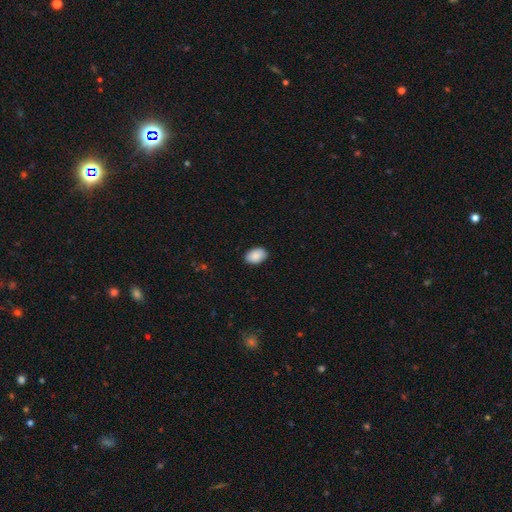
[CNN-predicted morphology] A smooth galaxy with no disk features (90%) that is in between round and cigar-shaped (87%).

Vote fractions:
- Smooth or featured? smooth: 90% / star or artifact: 7% / featured or disk: 4%
- How rounded? in between: 87% / round: 12% / cigar-shaped: 1%
- Merging? none: 88% / minor disturbance: 9% / major disturbance: 2% / merger: 1%